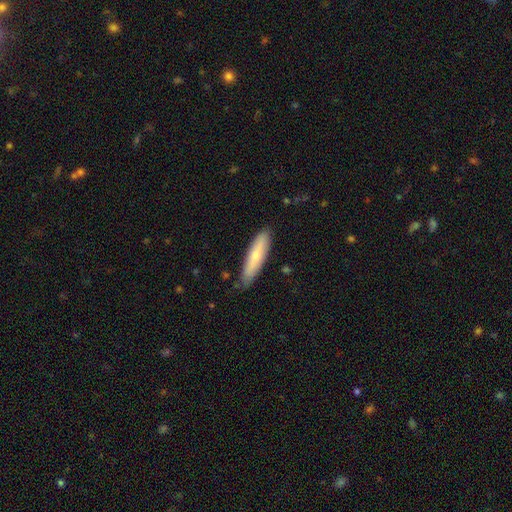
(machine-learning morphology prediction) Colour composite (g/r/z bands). It shows a smooth galaxy with no disk features (70%) that is cigar-shaped (76%). Merging: none (82%).